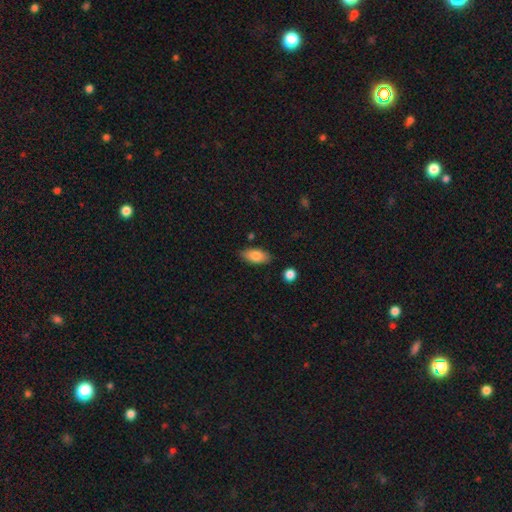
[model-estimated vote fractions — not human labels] The model was most divided on "smooth or featured": smooth: 82%, featured or disk: 11%, star or artifact: 7%. More confident: how rounded — in between (90%); merging — none (83%).